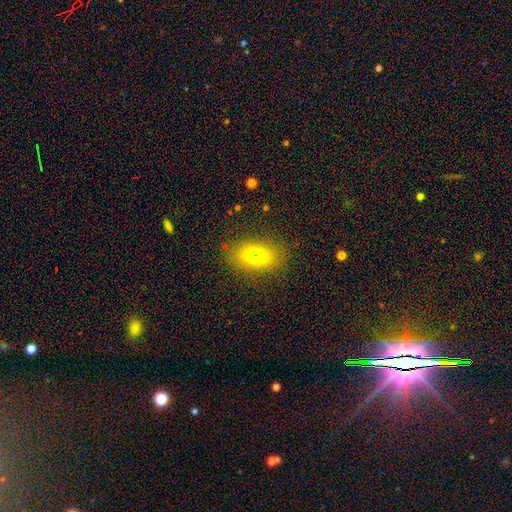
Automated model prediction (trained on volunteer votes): This is likely a smooth galaxy (69%). How rounded: clearly in between (81%). Merging: likely none (78%).